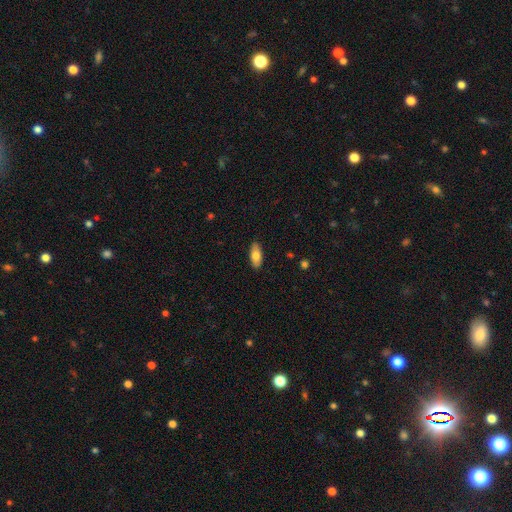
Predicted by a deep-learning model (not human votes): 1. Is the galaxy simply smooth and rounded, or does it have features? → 76% smooth, 18% featured or disk, 6% star or artifact.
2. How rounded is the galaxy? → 85% in between, 13% cigar-shaped, 2% round.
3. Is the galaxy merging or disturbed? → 88% none, 9% minor disturbance, 2% major disturbance, 1% merger.